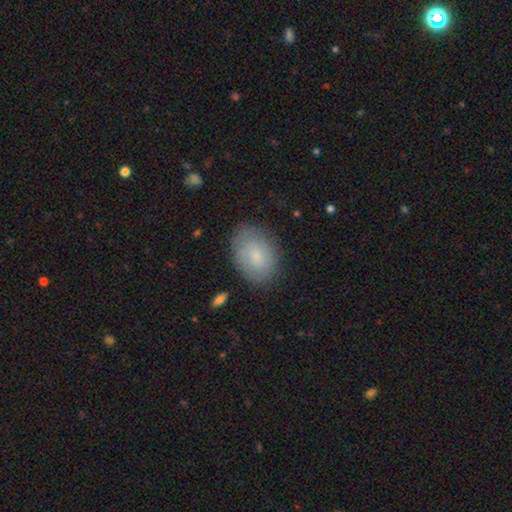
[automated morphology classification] type=smooth (63%); roundness=in between (81%); merging=none (79%).